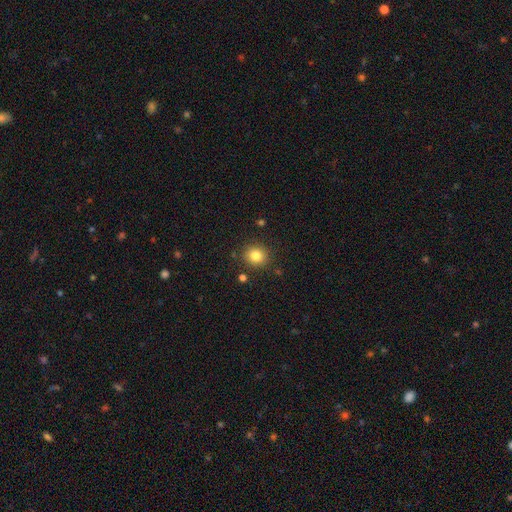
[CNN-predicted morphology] Overall: smooth (82%). How rounded: round (84%). Merging: none (87%).